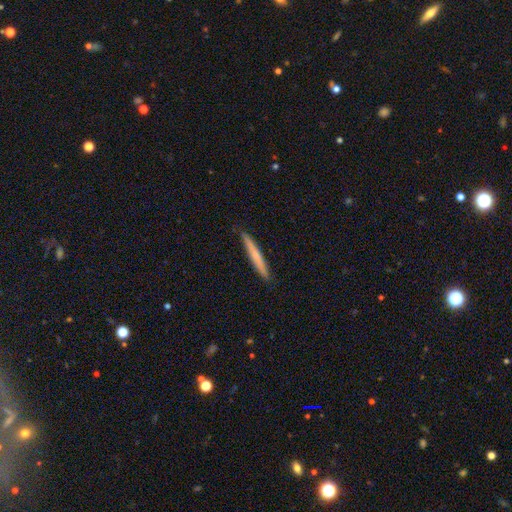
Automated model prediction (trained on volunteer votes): This is likely a smooth galaxy (62%). How rounded: clearly cigar-shaped (97%). Merging: clearly none (90%).